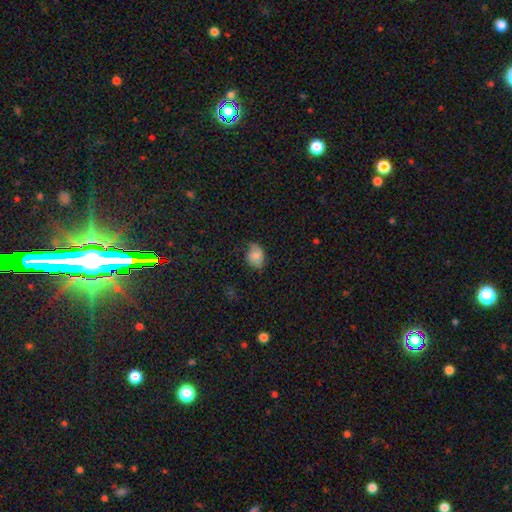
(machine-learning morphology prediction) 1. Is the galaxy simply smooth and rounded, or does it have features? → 74% smooth, 17% featured or disk, 9% star or artifact.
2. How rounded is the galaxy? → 68% in between, 31% round, 1% cigar-shaped.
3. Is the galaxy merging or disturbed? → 61% none, 29% minor disturbance, 9% major disturbance, 1% merger.